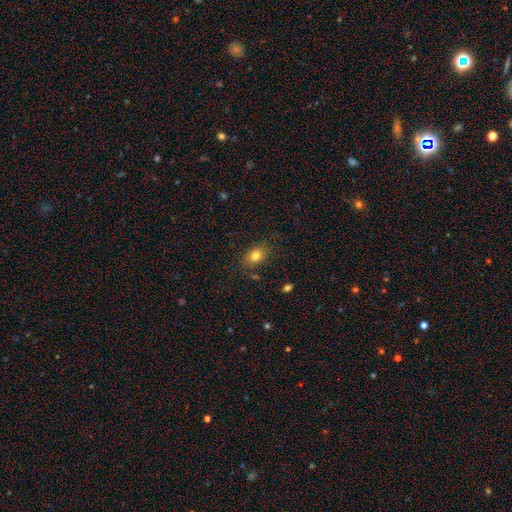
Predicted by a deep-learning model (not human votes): The model was most divided on "how rounded": in between: 71%, round: 28%, cigar-shaped: 2%. More confident: merging — none (82%); smooth or featured — smooth (80%).